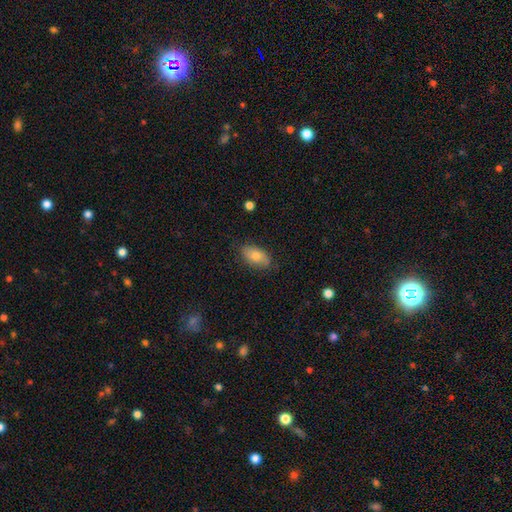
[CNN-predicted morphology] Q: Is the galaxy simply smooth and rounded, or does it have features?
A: smooth — 76%.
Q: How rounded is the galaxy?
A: in between — 92%.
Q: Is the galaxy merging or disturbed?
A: none — 82%.